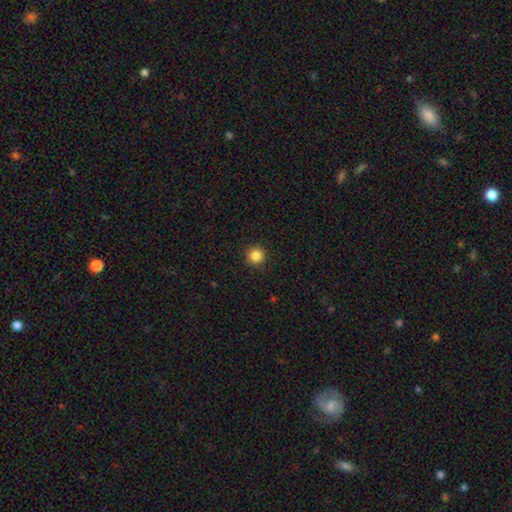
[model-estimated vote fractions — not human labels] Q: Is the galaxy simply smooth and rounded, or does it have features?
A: smooth — 85%.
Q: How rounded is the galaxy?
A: round — 95%.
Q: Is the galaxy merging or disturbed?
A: none — 91%.